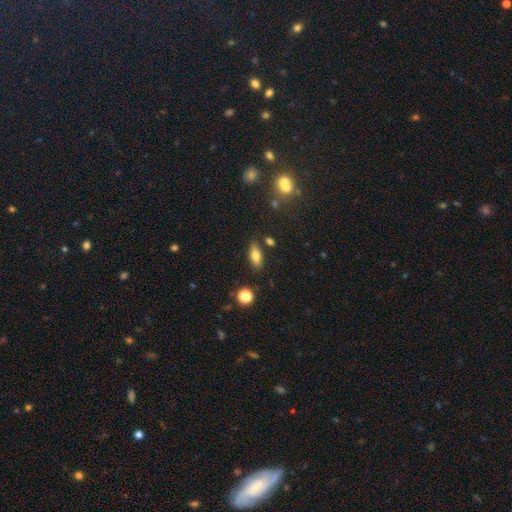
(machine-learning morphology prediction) type=smooth (75%); roundness=in between (79%); merging=none (82%).